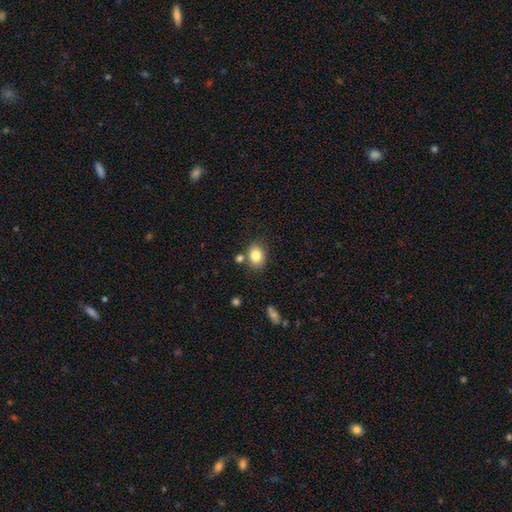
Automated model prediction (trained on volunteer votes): smooth_or_featured: smooth (p=0.83) [alt: star or artifact p=0.09]
how_rounded: in between (p=0.63) [alt: round p=0.36]
merging: none (p=0.74) [alt: minor disturbance p=0.13]